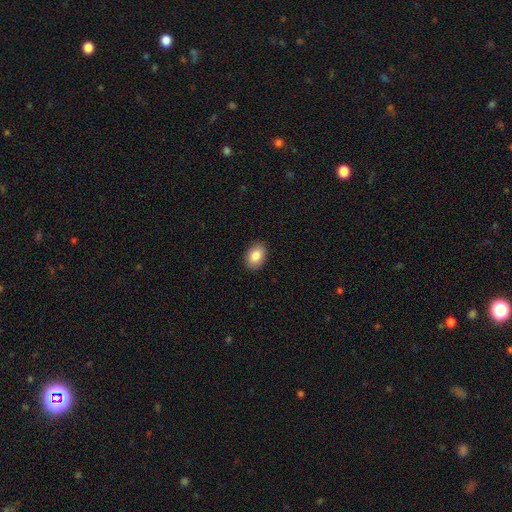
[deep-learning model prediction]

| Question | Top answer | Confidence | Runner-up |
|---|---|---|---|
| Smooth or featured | smooth | 86% | star or artifact (7%) |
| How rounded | in between | 80% | round (18%) |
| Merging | none | 90% | minor disturbance (7%) |